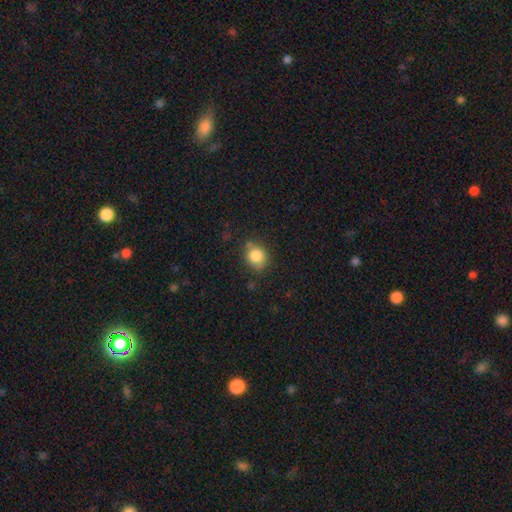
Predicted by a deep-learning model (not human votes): This appears to be a smooth galaxy with no disk features (83%) that is round (69%). Merging: none (70%).